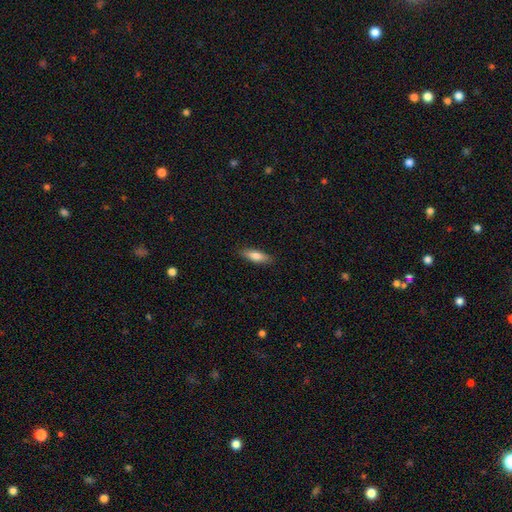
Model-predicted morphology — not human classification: smooth 79%, featured or disk 15%, star or artifact 6%. Down the decision tree: how rounded — in between (51%); merging — none (88%).